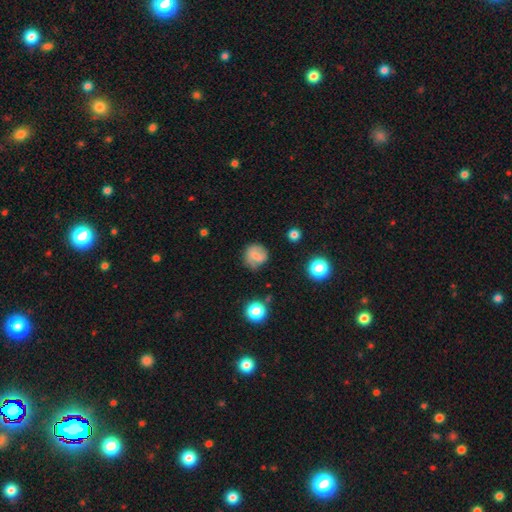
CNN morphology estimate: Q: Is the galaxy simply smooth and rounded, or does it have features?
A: smooth — 58%.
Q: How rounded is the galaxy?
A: round — 85%.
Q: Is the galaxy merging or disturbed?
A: none — 65%.